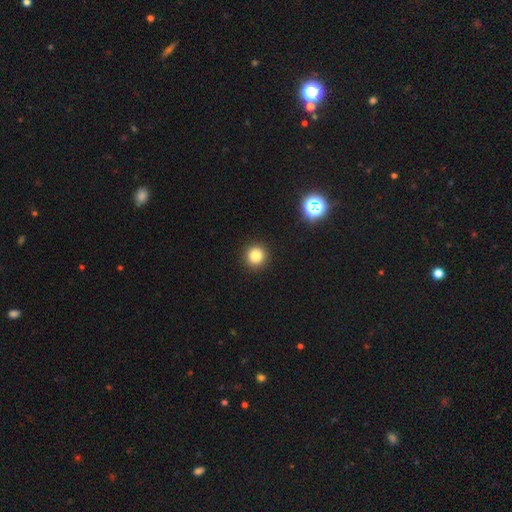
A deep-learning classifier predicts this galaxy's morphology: Smooth or featured? Predicted: smooth (p=0.82). How rounded? Predicted: round (p=0.94). Merging? Predicted: none (p=0.92).